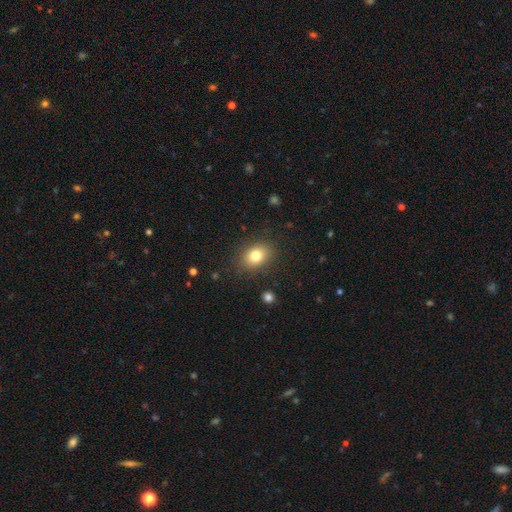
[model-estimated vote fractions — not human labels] This is likely a smooth galaxy (79%). How rounded: possibly in between (59%). Merging: clearly none (86%).